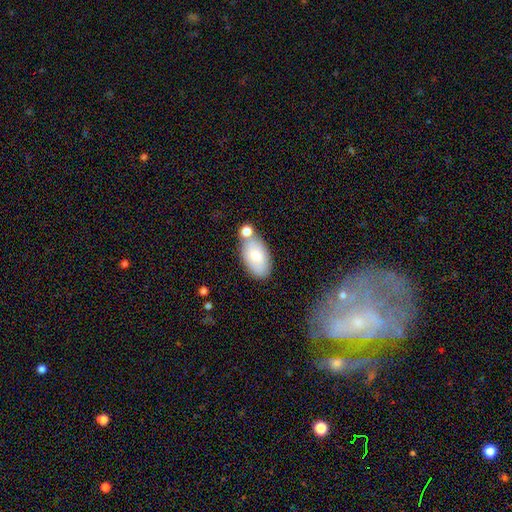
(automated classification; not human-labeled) smooth-or-featured: smooth: 74% | featured or disk: 20% | star or artifact: 6%
  how-rounded: in between: 94% | round: 3% | cigar-shaped: 2%
  merging: none: 56% | merger: 22% | minor disturbance: 16% | major disturbance: 5%